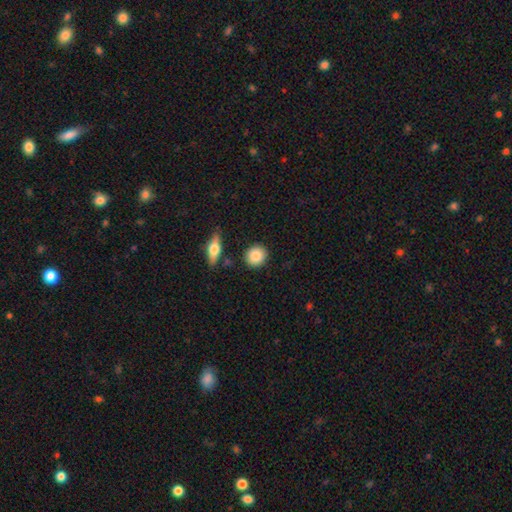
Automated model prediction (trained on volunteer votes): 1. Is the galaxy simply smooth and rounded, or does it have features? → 86% smooth, 8% featured or disk, 6% star or artifact.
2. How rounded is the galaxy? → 81% round, 17% in between, 2% cigar-shaped.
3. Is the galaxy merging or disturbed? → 87% none, 8% minor disturbance, 3% merger, 2% major disturbance.